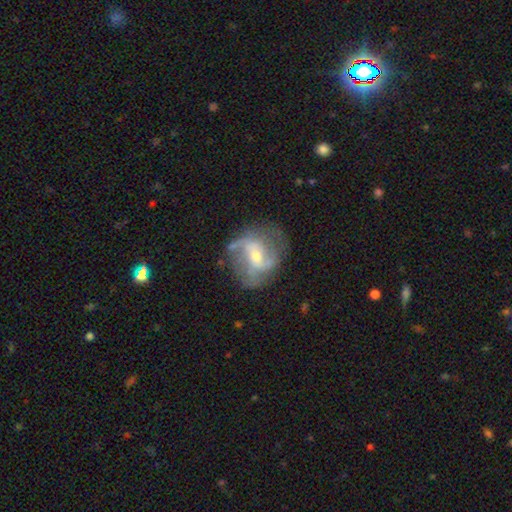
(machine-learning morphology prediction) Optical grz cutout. It shows a featured or disk galaxy (81%) with a weak bar (45%), 2 (62%) medium (42%) spiral arms (91%) and a small central bulge (48%). Merging: none (63%).